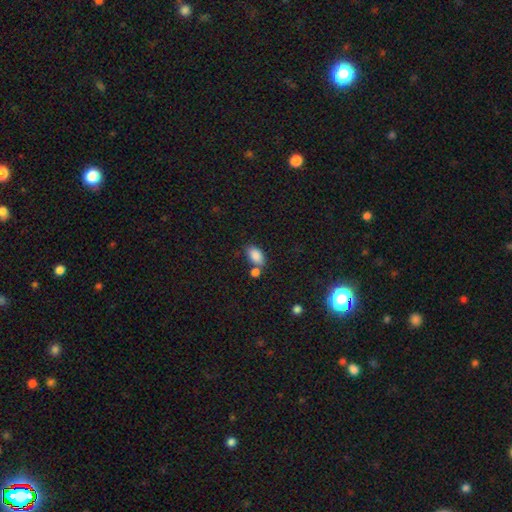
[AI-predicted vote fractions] This is clearly a smooth galaxy (86%). How rounded: clearly in between (91%). Merging: possibly none (52%).